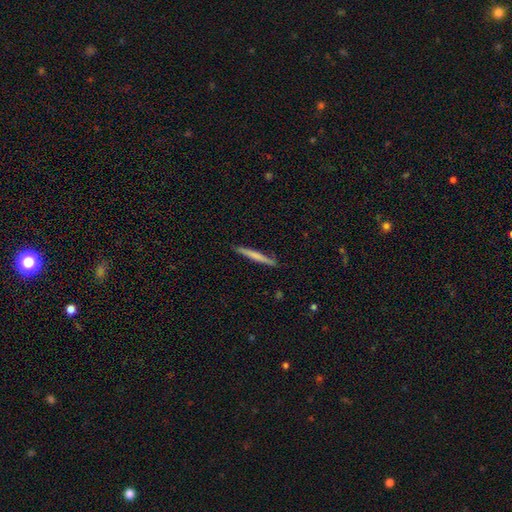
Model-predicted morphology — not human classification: This is possibly a smooth galaxy (58%). How rounded: clearly cigar-shaped (96%). Merging: clearly none (89%).